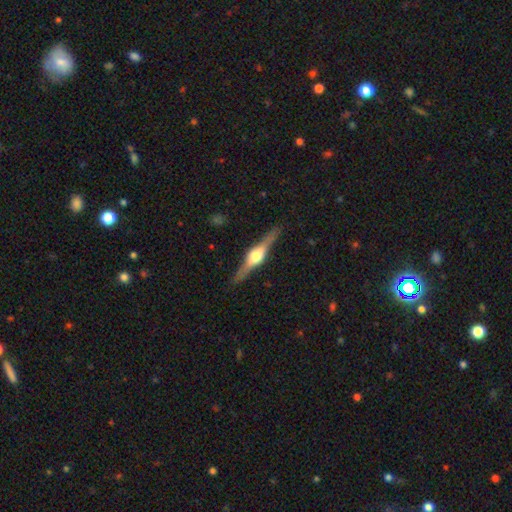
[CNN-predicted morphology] The model was most divided on "smooth or featured": featured or disk: 80%, smooth: 15%, star or artifact: 5%. More confident: edge-on disk — yes (98%); edge-on bulge — rounded (91%); merging — none (89%).